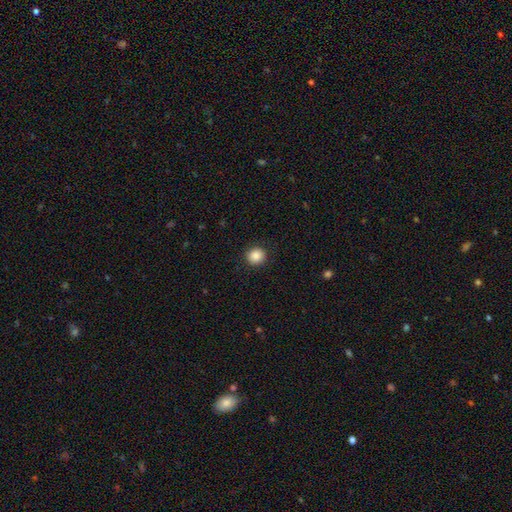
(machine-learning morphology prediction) smooth 88%, star or artifact 9%, featured or disk 3%. Down the decision tree: how rounded — round (89%); merging — none (90%).